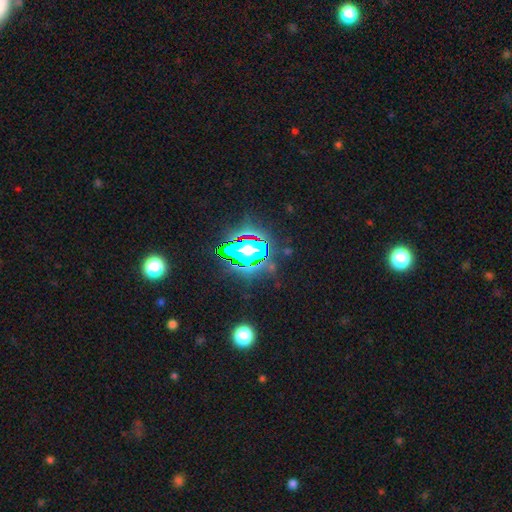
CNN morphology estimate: smooth-or-featured: star or artifact: 79% | smooth: 12% | featured or disk: 9%